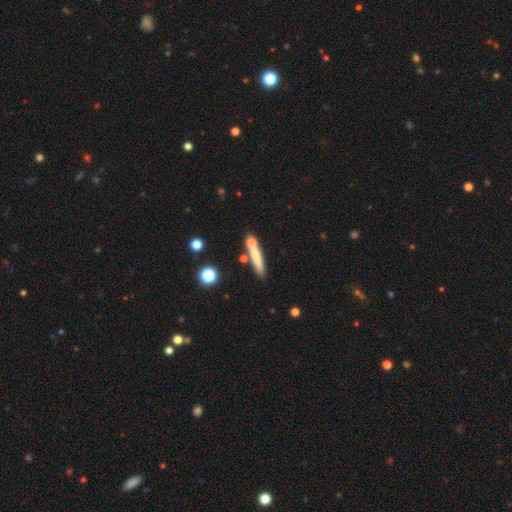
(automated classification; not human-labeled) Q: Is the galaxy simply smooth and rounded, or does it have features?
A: smooth — 69%.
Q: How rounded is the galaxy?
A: cigar-shaped — 89%.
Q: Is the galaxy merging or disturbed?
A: none — 67%.